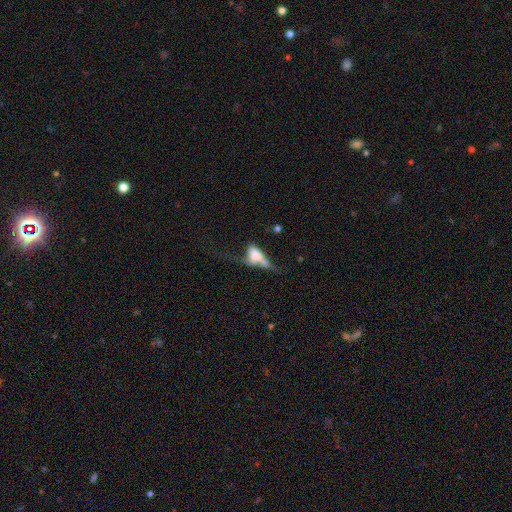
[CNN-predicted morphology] This is possibly a smooth galaxy (52%). How rounded: likely in between (72%). Merging: marginally major disturbance (39%).